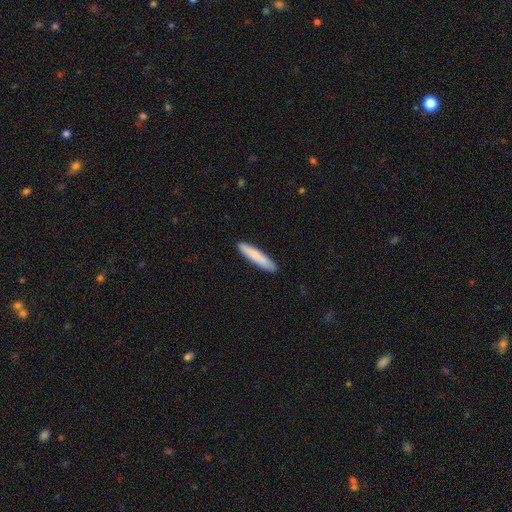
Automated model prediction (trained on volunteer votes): Q: Smooth or featured?
A: smooth (81%); runner-up: featured or disk (14%)
Q: How rounded?
A: cigar-shaped (90%); runner-up: in between (9%)
Q: Merging?
A: none (90%); runner-up: minor disturbance (7%)